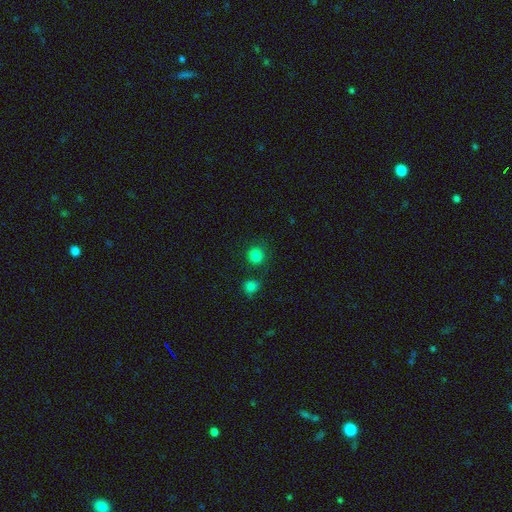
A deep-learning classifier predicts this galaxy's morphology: smooth 82%, star or artifact 14%, featured or disk 4%. Down the decision tree: how rounded — round (90%); merging — none (81%).